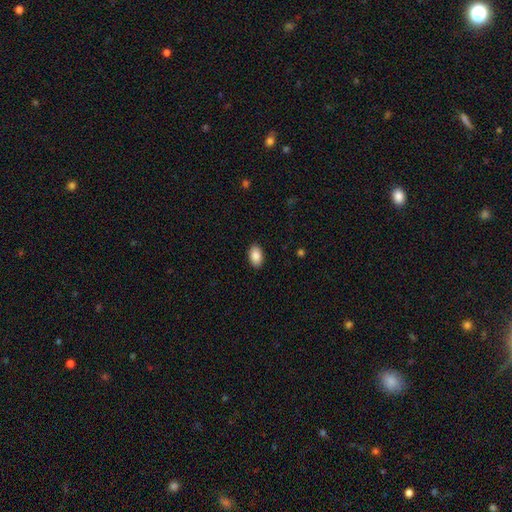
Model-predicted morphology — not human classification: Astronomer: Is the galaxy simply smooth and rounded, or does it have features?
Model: smooth — 89%.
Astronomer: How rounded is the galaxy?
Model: in between — 92%.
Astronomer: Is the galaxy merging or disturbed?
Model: none — 90%.